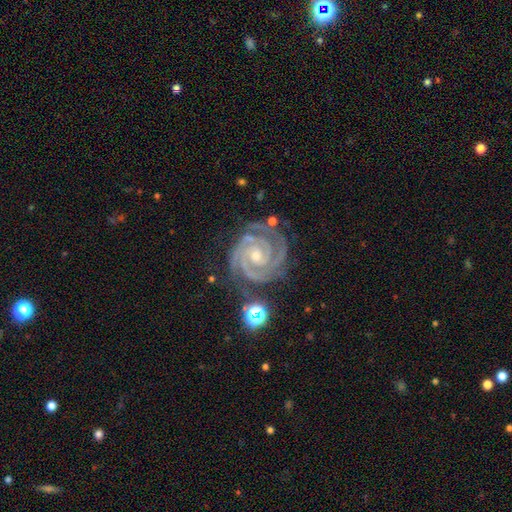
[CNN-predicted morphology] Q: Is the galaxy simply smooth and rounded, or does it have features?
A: featured or disk — 93%.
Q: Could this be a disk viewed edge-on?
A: no — 98%.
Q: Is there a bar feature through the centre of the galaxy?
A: no — 58%.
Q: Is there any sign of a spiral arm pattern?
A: yes — 99%.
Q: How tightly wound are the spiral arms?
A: tight — 83%.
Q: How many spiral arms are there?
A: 2 — 42%.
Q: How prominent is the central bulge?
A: small — 57%.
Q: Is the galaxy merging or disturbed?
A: none — 74%.